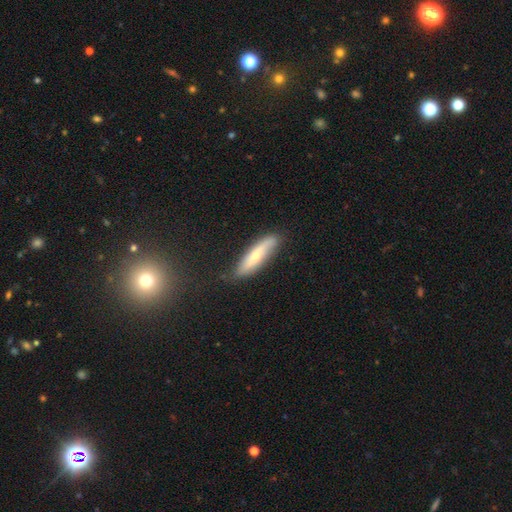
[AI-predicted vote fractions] smooth 55%, featured or disk 39%, star or artifact 6%. Down the decision tree: how rounded — cigar-shaped (71%); merging — none (76%).